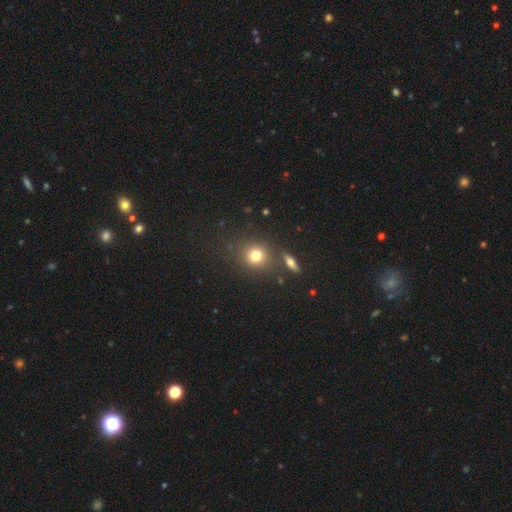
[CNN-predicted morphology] Smooth or featured?
  - smooth: 77% *
  - star or artifact: 14%
  - featured or disk: 9%
How rounded?
  - round: 83% *
  - in between: 15%
  - cigar-shaped: 1%
Merging?
  - none: 79% *
  - minor disturbance: 9%
  - merger: 9%
  - major disturbance: 3%